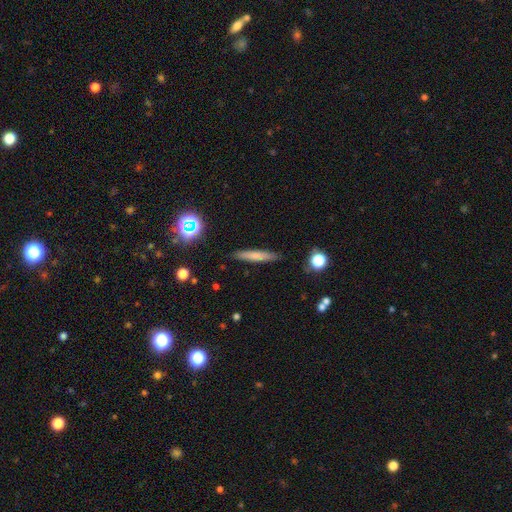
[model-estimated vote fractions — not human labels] Smooth or featured? Predicted: smooth (p=0.69). How rounded? Predicted: cigar-shaped (p=0.91). Merging? Predicted: none (p=0.89).